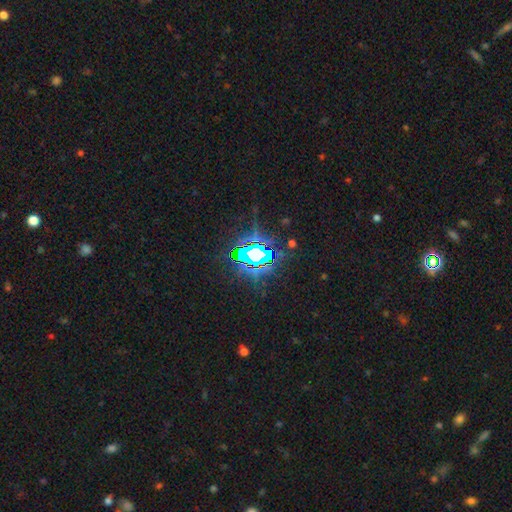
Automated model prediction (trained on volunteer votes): This is likely a star or artifact rather than a galaxy (76%).